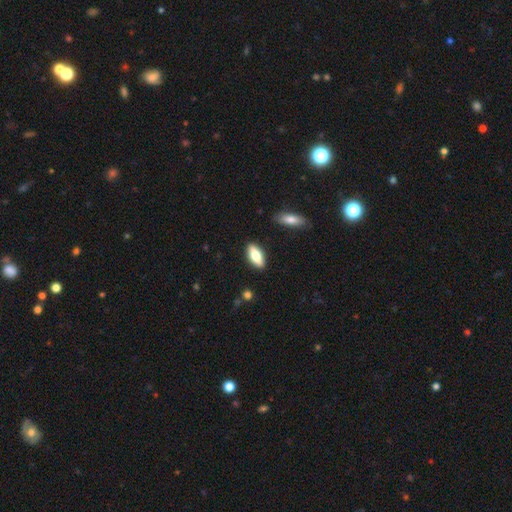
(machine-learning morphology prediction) The model was most divided on "smooth or featured": smooth: 67%, featured or disk: 26%, star or artifact: 6%. More confident: merging — none (87%); how rounded — in between (73%).